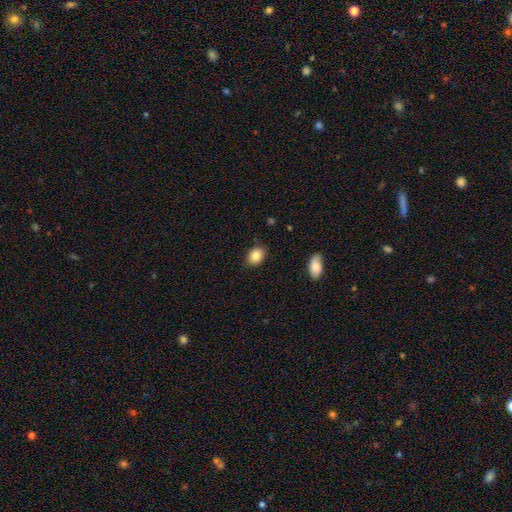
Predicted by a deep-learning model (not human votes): Smooth or featured? smooth (85%)
How rounded? in between (70%)
Merging? none (86%)